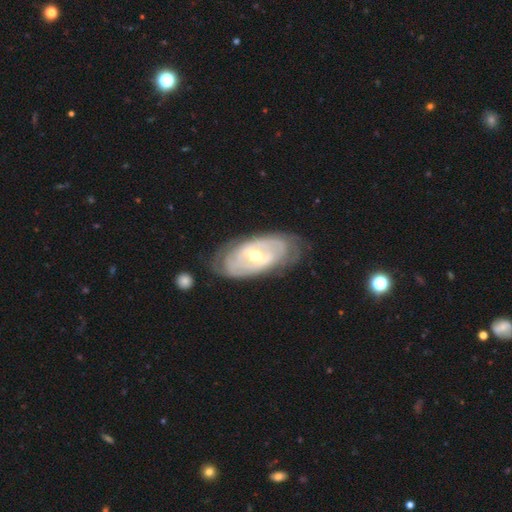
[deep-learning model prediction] Morphology: type=featured or disk (83%); edge-on=no (93%); bar=weak (43%); spiral arms=yes (81%); winding=tight (72%); arm count=can't tell (49%); bulge=moderate (62%); merging=none (75%).